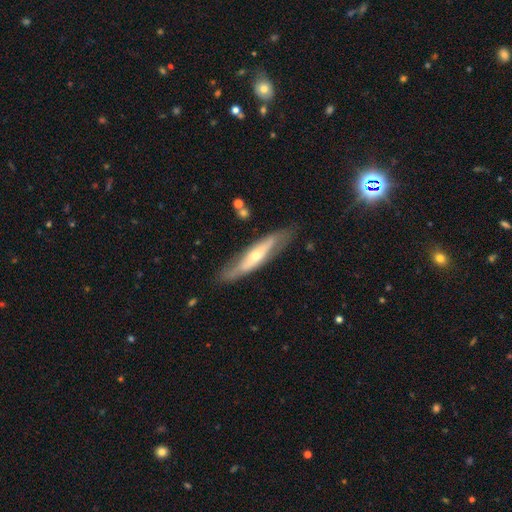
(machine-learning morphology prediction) type=featured or disk (62%); edge-on=yes (58%); merging=none (77%).